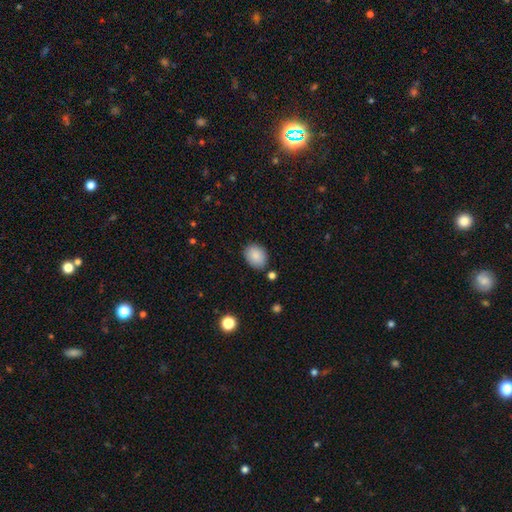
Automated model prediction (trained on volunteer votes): This appears to be a smooth galaxy with no disk features (88%) that is in between round and cigar-shaped (63%). Merging: none (83%).